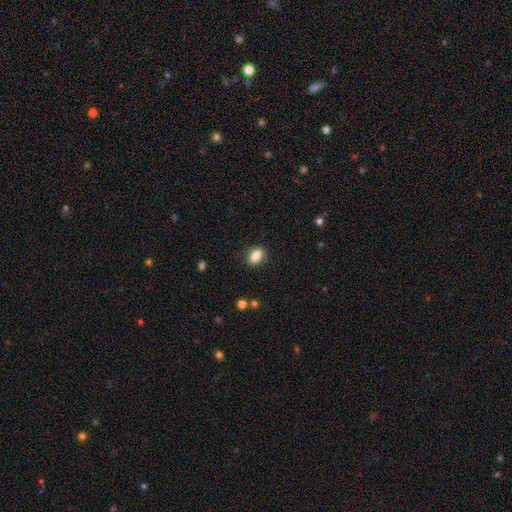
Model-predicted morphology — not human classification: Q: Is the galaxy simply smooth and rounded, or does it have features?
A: smooth — 85%.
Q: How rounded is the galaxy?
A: in between — 85%.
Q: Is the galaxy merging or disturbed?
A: none — 87%.